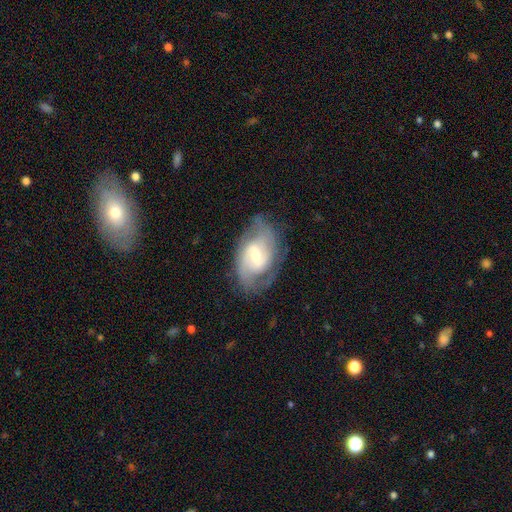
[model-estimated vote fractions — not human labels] A featured or disk galaxy (82%) with a weak bar (57%), 2 (61%) medium (45%) spiral arms (93%) and a moderate central bulge (56%).

Vote fractions:
- Smooth or featured? featured or disk: 82% / smooth: 12% / star or artifact: 5%
- Edge-on disk? no: 96% / yes: 4%
- Bar? weak: 57% / no: 22% / strong: 21%
- Spiral arms? yes: 93% / no: 7%
- Spiral winding? medium: 45% / tight: 41% / loose: 14%
- Spiral arm count? 2: 61% / can't tell: 19% / 3: 12% / 1: 3% / 4: 3% / more than 4: 2%
- Bulge size? moderate: 56% / small: 38% / large: 4% / none: 1% / dominant: 1%
- Merging? none: 71% / minor disturbance: 20% / major disturbance: 8% / merger: 1%